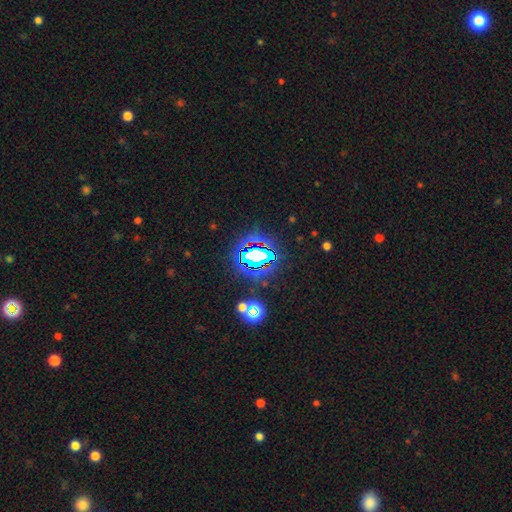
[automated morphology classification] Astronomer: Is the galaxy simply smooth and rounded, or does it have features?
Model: star or artifact — 67%.